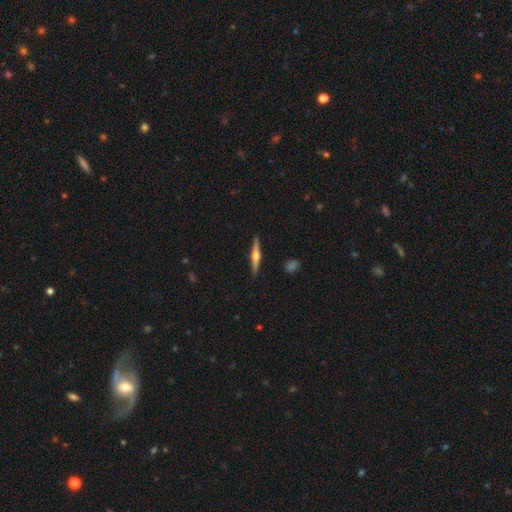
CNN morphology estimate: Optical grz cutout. It shows a featured or disk galaxy (69%) viewed edge-on (98%) with a rounded central bulge (91%). Merging: none (90%).